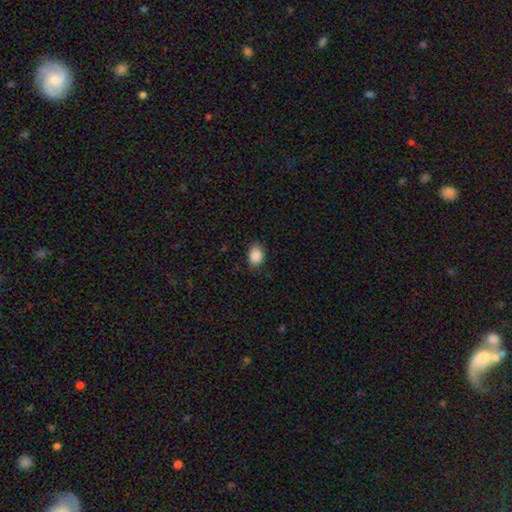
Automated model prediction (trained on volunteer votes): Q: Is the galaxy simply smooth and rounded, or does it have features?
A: smooth — 89%.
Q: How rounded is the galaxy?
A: in between — 74%.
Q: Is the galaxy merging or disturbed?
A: none — 83%.